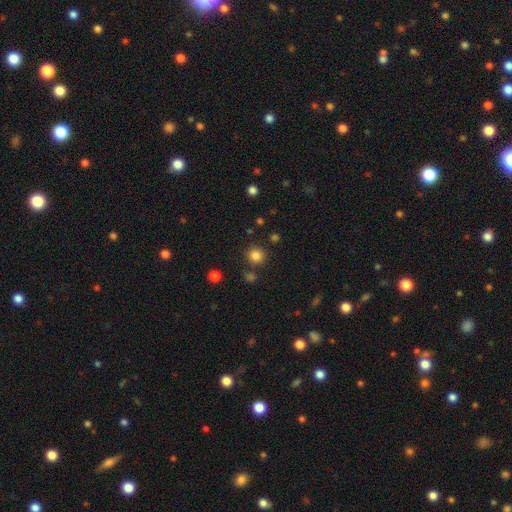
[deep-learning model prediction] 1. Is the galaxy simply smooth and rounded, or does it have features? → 83% smooth, 13% star or artifact, 4% featured or disk.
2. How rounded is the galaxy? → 93% round, 7% in between, 1% cigar-shaped.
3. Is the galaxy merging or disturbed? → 85% none, 7% minor disturbance, 5% merger, 3% major disturbance.